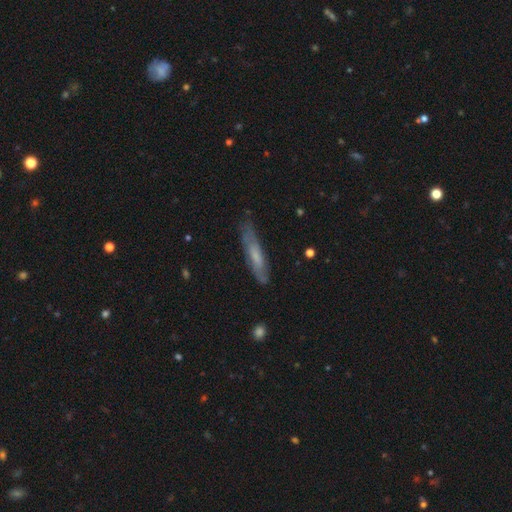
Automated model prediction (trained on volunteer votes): This is possibly a smooth galaxy (48%). Merging: likely none (70%).